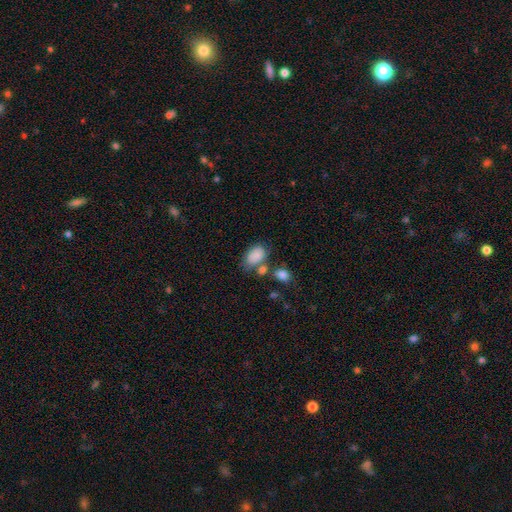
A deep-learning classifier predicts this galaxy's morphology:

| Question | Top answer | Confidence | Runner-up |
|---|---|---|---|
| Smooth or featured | smooth | 84% | star or artifact (8%) |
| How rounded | in between | 87% | round (11%) |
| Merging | none | 50% | merger (22%) |